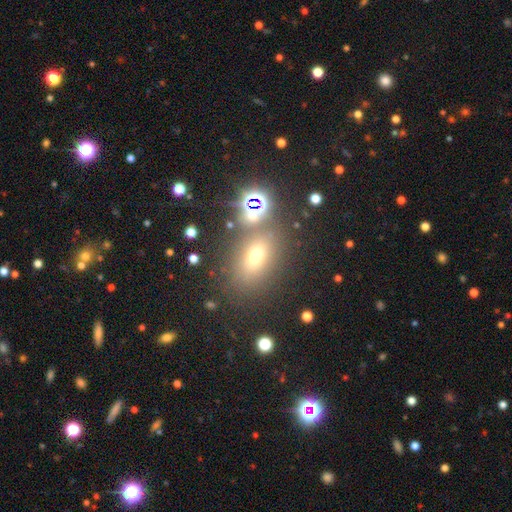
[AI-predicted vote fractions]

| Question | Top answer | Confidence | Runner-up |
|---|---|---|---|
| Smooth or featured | smooth | 56% | star or artifact (28%) |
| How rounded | in between | 69% | round (26%) |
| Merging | none | 74% | minor disturbance (11%) |